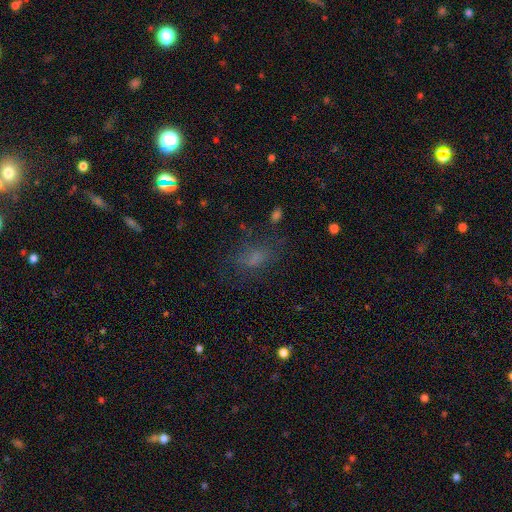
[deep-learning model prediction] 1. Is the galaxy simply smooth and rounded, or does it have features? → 52% smooth, 30% star or artifact, 17% featured or disk.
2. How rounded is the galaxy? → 75% in between, 19% round, 6% cigar-shaped.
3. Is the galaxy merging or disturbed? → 64% none, 18% minor disturbance, 15% major disturbance, 3% merger.